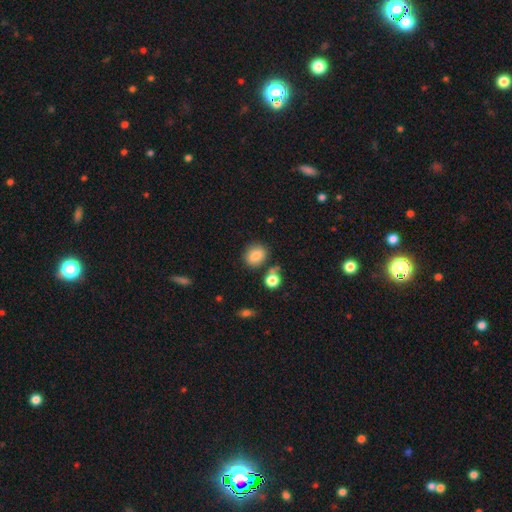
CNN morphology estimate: Smooth or featured? smooth (83%)
How rounded? round (61%)
Merging? none (76%)